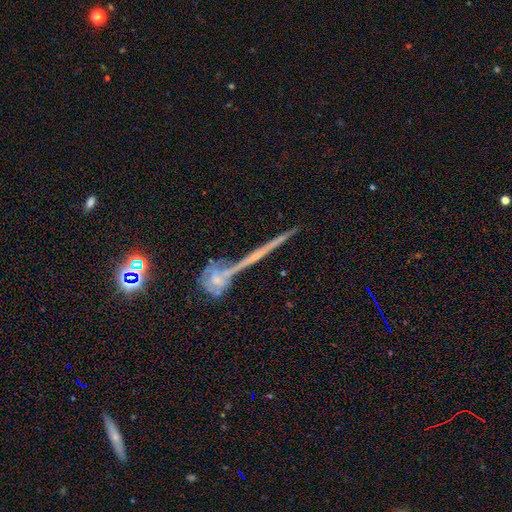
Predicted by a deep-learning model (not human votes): Overall: featured or disk (66%). Edge-on disk: yes (91%). Edge-on bulge: none (70%). Merging: none (62%; merger 24%).